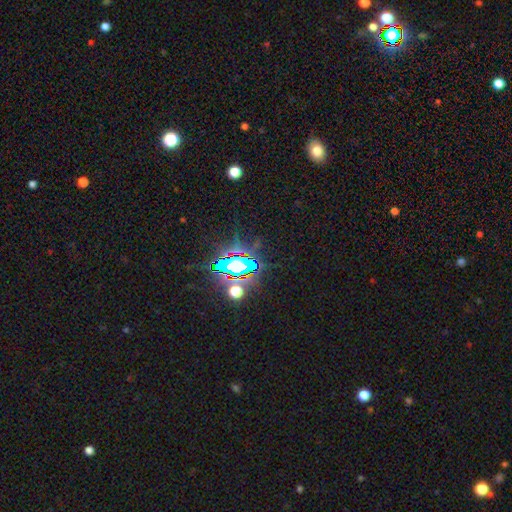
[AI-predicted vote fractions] Smooth or featured: star or artifact — 82% (smooth — 10%)